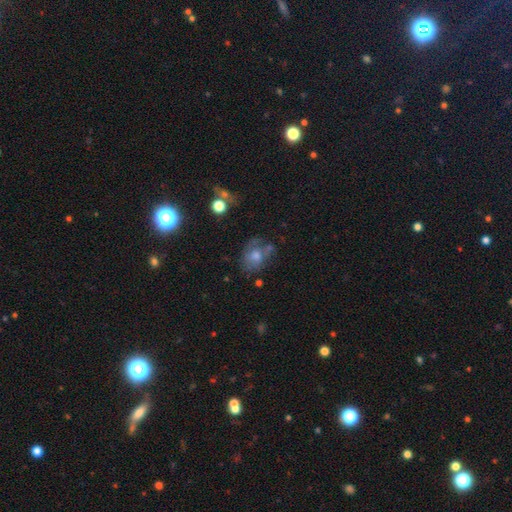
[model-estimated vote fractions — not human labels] This appears to be a smooth galaxy with no disk features (46%). Merging: none (53%).